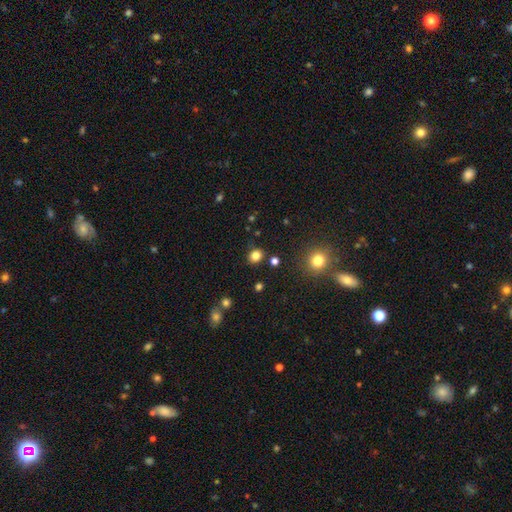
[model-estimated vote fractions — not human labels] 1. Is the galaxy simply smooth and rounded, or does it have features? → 81% smooth, 14% star or artifact, 5% featured or disk.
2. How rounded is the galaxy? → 74% round, 25% in between, 1% cigar-shaped.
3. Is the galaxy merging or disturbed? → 86% none, 9% minor disturbance, 3% merger, 3% major disturbance.